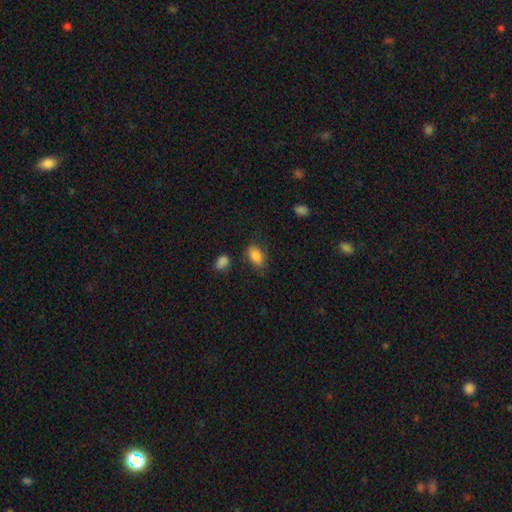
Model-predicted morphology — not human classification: smooth 86%, star or artifact 8%, featured or disk 5%. Down the decision tree: how rounded — in between (88%); merging — none (70%).